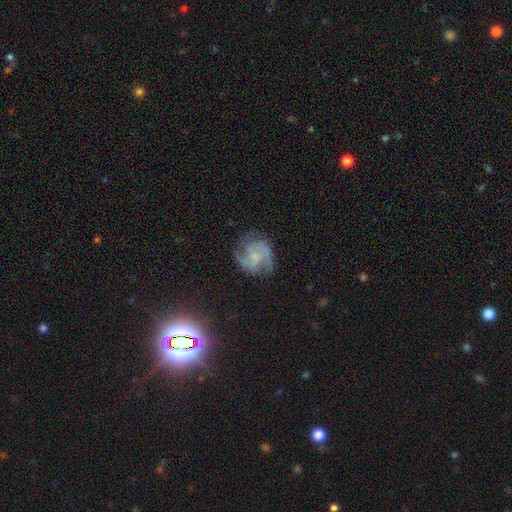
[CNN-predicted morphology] smooth_or_featured: featured or disk (p=0.82) [alt: smooth p=0.11]
disk_edge_on: no (p=0.98) [alt: yes p=0.02]
bar: no (p=0.54) [alt: weak p=0.39]
has_spiral_arms: yes (p=0.96) [alt: no p=0.04]
spiral_winding: medium (p=0.54) [alt: tight p=0.29]
spiral_arm_count: 2 (p=0.64) [alt: 3 p=0.19]
bulge_size: small (p=0.41) [alt: none p=0.38]
merging: none (p=0.73) [alt: minor disturbance p=0.17]